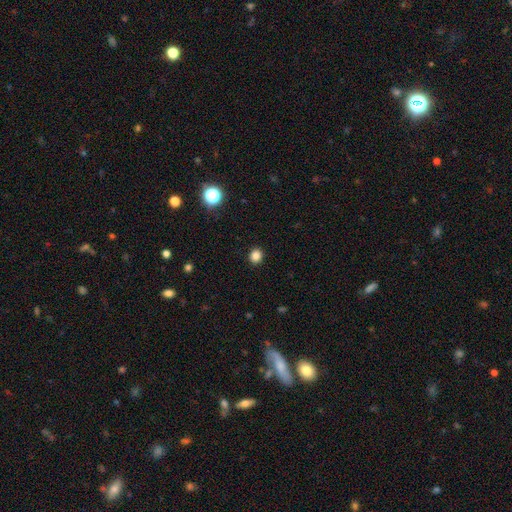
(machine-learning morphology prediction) Smooth or featured? smooth (84%)
How rounded? round (78%)
Merging? none (92%)